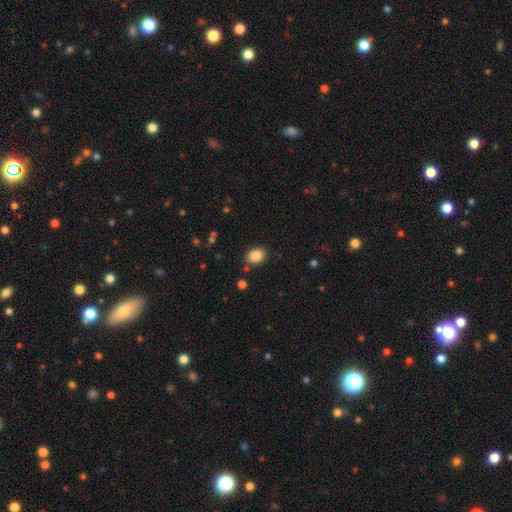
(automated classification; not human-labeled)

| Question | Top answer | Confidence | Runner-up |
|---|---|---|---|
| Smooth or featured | smooth | 87% | star or artifact (9%) |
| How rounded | in between | 67% | round (32%) |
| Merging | none | 83% | minor disturbance (10%) |